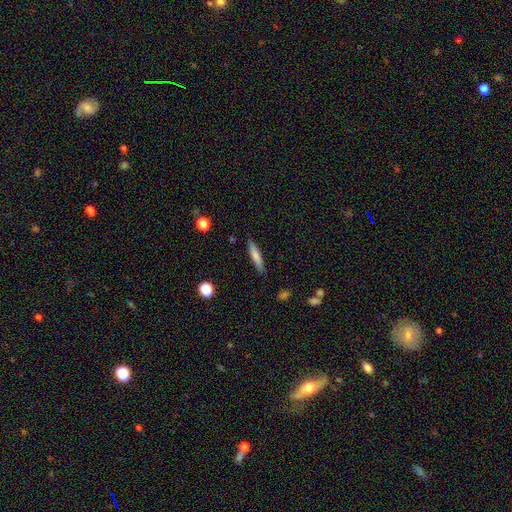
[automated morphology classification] Smooth or featured? smooth (72%)
How rounded? cigar-shaped (87%)
Merging? none (86%)